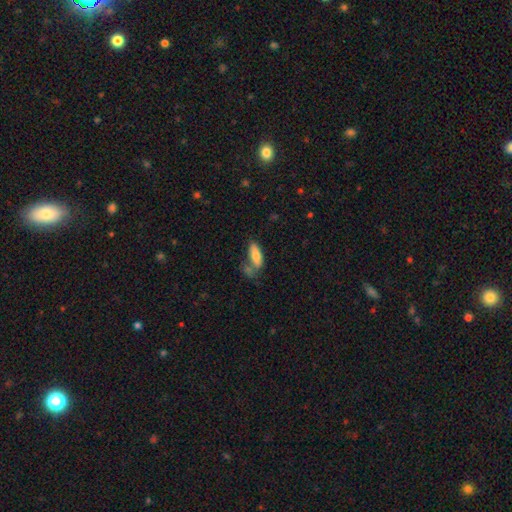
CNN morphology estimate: type=smooth (81%); roundness=in between (65%); merging=none (46%).